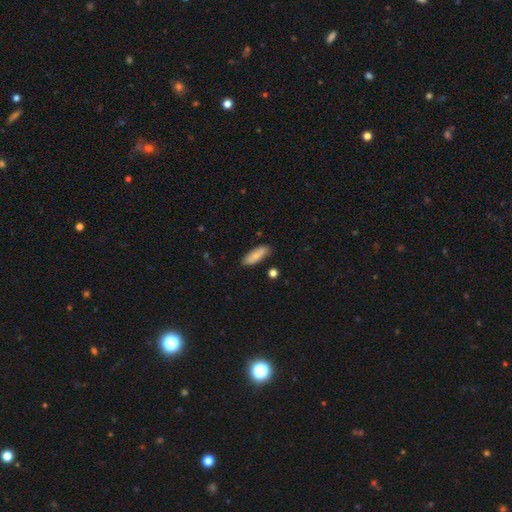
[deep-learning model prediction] Q: Smooth or featured?
A: smooth (83%); runner-up: featured or disk (11%)
Q: How rounded?
A: in between (62%); runner-up: cigar-shaped (35%)
Q: Merging?
A: none (84%); runner-up: minor disturbance (11%)